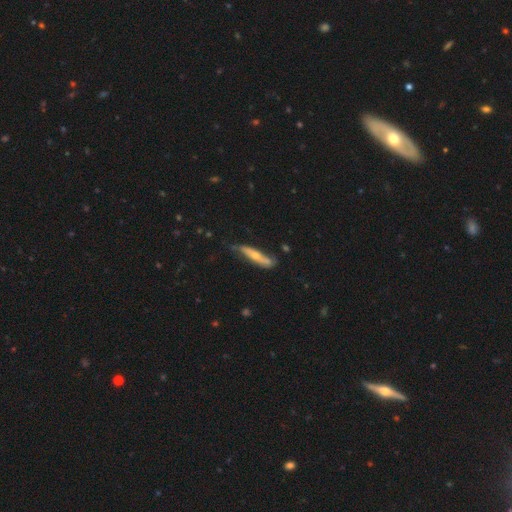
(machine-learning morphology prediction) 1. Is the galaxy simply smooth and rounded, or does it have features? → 53% featured or disk, 42% smooth, 6% star or artifact.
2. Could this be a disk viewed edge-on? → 70% yes, 30% no.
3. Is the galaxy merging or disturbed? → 58% none, 29% minor disturbance, 8% major disturbance, 5% merger.